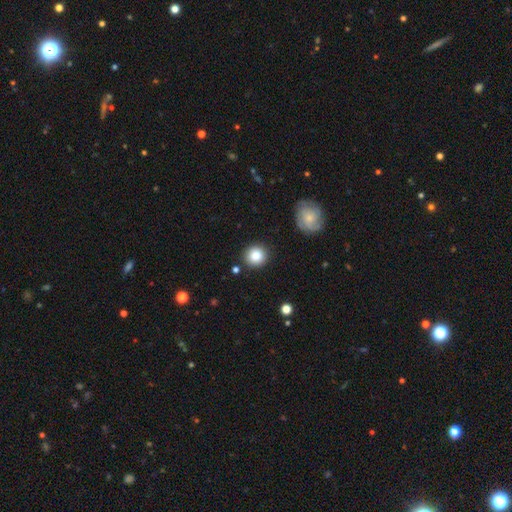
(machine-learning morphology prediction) A smooth galaxy with no disk features (86%) that is round (91%). Merging: none (87%).